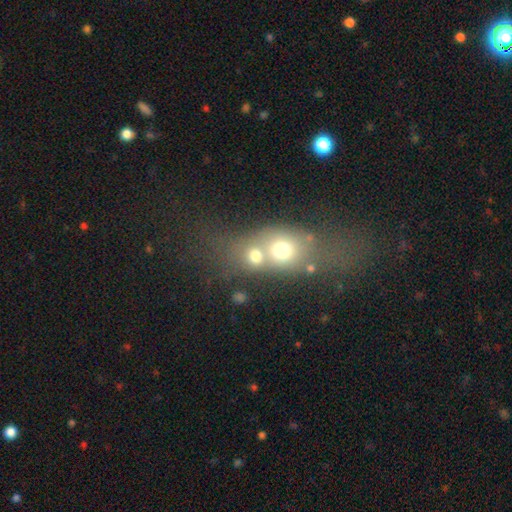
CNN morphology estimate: Smooth or featured?
  - smooth: 67% *
  - featured or disk: 18%
  - star or artifact: 15%
How rounded?
  - round: 60% *
  - in between: 38%
  - cigar-shaped: 2%
Merging?
  - merger: 60% *
  - none: 26%
  - minor disturbance: 7%
  - major disturbance: 6%